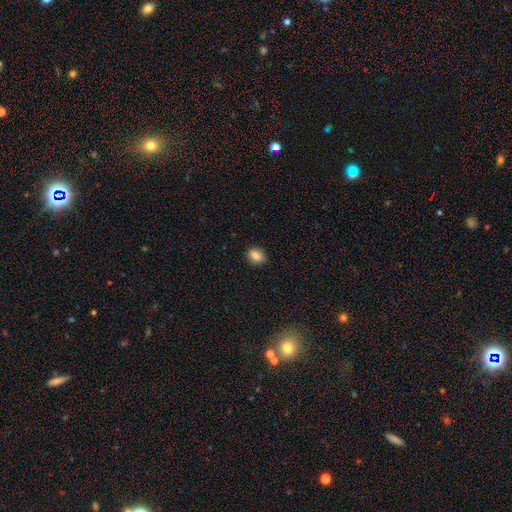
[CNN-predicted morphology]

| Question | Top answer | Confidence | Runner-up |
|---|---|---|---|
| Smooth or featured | smooth | 84% | star or artifact (9%) |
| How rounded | in between | 64% | round (34%) |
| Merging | none | 88% | minor disturbance (9%) |